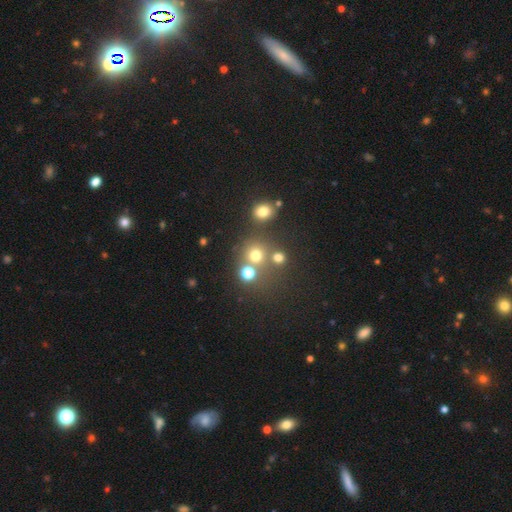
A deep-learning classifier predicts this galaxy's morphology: type=smooth (70%); roundness=round (88%); merging=none (66%).